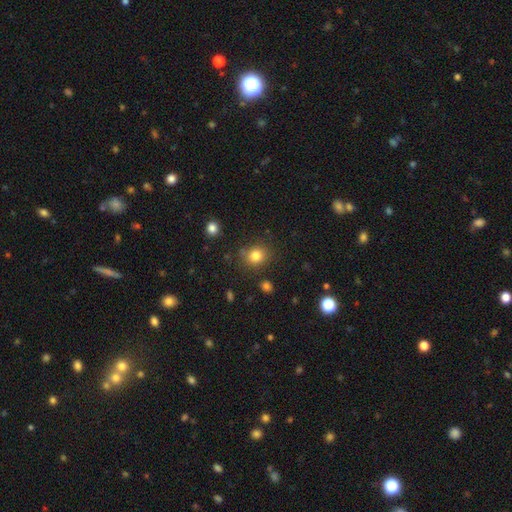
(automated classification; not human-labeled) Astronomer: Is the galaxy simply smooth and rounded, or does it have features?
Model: smooth — 81%.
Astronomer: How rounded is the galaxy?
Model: round — 73%.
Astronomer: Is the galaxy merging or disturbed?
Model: none — 79%.